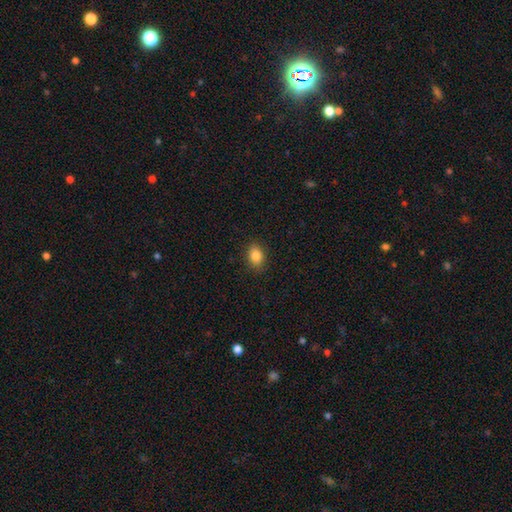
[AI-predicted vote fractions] Overall: smooth (86%). How rounded: in between (75%). Merging: none (88%).